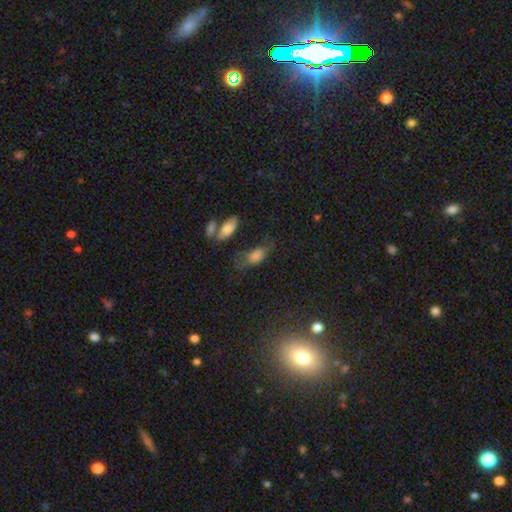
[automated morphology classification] smooth 67%, featured or disk 19%, star or artifact 14%. Down the decision tree: how rounded — in between (80%); merging — none (42%).